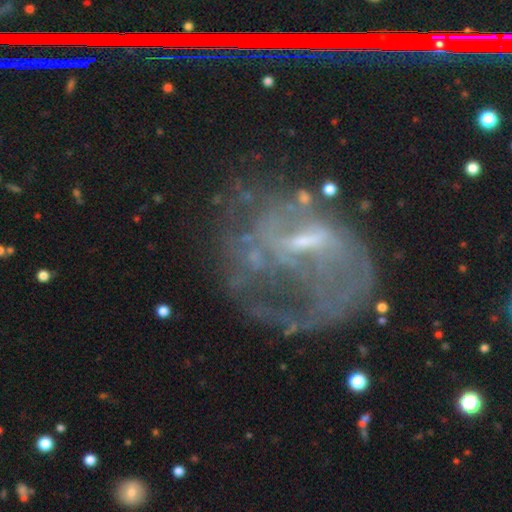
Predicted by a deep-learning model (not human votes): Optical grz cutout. It shows a featured or disk galaxy (71%) with a weak bar (46%), spiral arms (52%) and a small central bulge (47%). Merging: major disturbance (43%).